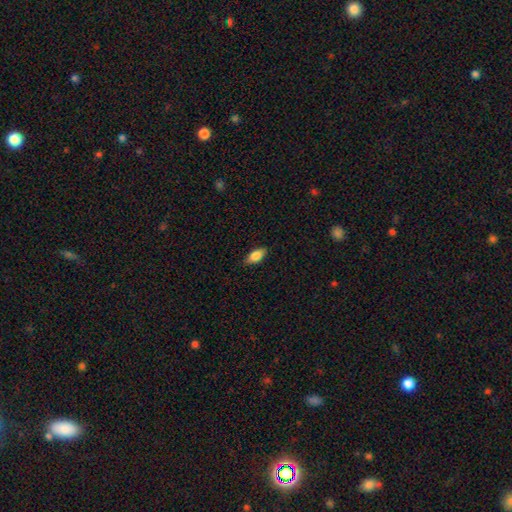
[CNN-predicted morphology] smooth-or-featured: smooth: 83% | featured or disk: 10% | star or artifact: 7%
  how-rounded: in between: 88% | cigar-shaped: 8% | round: 4%
  merging: none: 85% | minor disturbance: 11% | major disturbance: 2% | merger: 1%